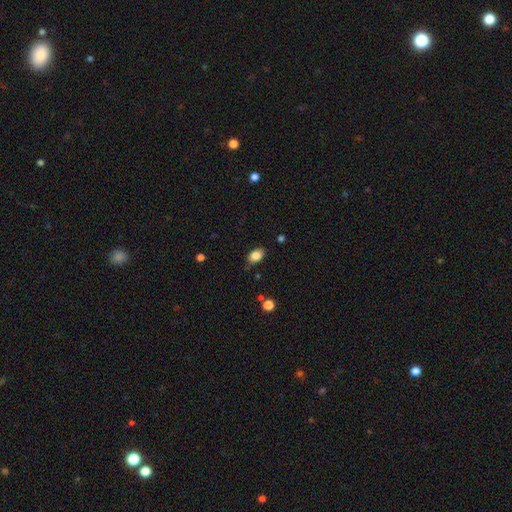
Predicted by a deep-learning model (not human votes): smooth_or_featured: smooth (p=0.84) [alt: star or artifact p=0.09]
how_rounded: in between (p=0.86) [alt: round p=0.13]
merging: none (p=0.78) [alt: minor disturbance p=0.17]